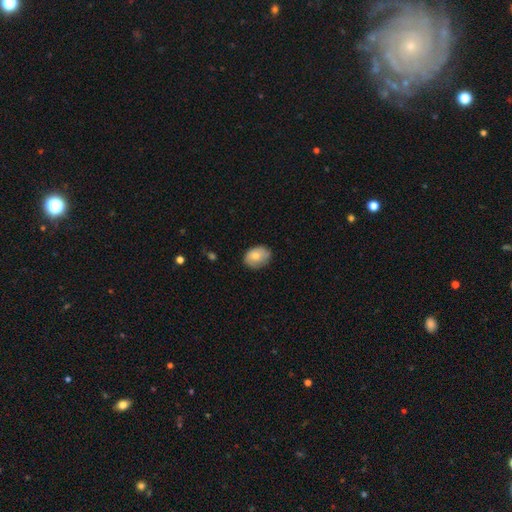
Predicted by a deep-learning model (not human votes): The model was most divided on "how rounded": in between: 67%, round: 32%, cigar-shaped: 1%. More confident: merging — none (75%); smooth or featured — smooth (74%).